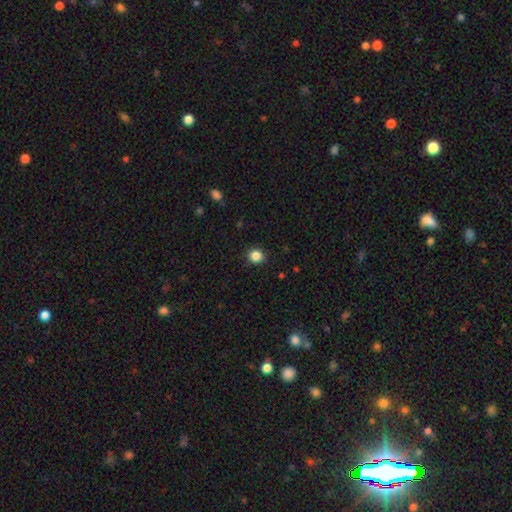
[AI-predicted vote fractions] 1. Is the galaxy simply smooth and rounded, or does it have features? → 85% smooth, 12% star or artifact, 4% featured or disk.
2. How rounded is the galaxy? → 92% round, 7% in between, 1% cigar-shaped.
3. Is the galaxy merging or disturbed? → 91% none, 6% minor disturbance, 2% major disturbance, 1% merger.